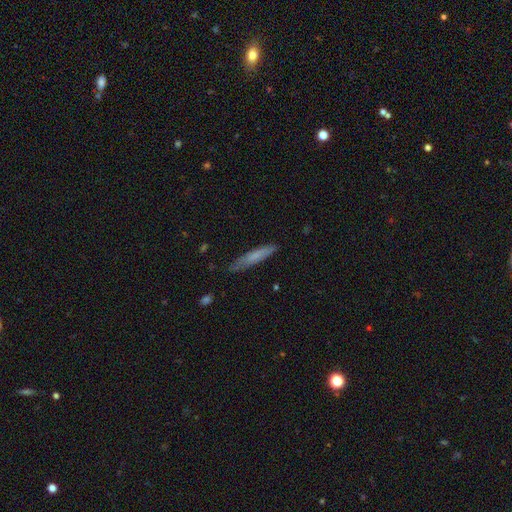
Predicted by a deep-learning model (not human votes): The model was most divided on "smooth or featured": smooth: 68%, featured or disk: 26%, star or artifact: 6%. More confident: how rounded — cigar-shaped (91%); merging — none (81%).